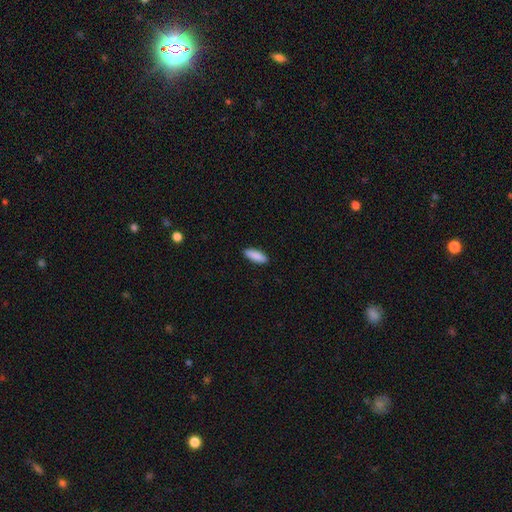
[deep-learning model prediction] This is clearly a smooth galaxy (89%). How rounded: possibly in between (56%). Merging: clearly none (90%).